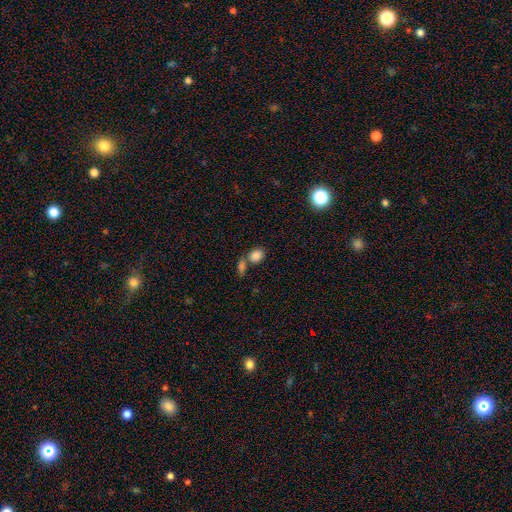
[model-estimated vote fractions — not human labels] A smooth galaxy with no disk features (84%) that is in between round and cigar-shaped (61%).

Vote fractions:
- Smooth or featured? smooth: 84% / star or artifact: 9% / featured or disk: 6%
- How rounded? in between: 61% / round: 37% / cigar-shaped: 2%
- Merging? none: 46% / merger: 39% / minor disturbance: 10% / major disturbance: 4%